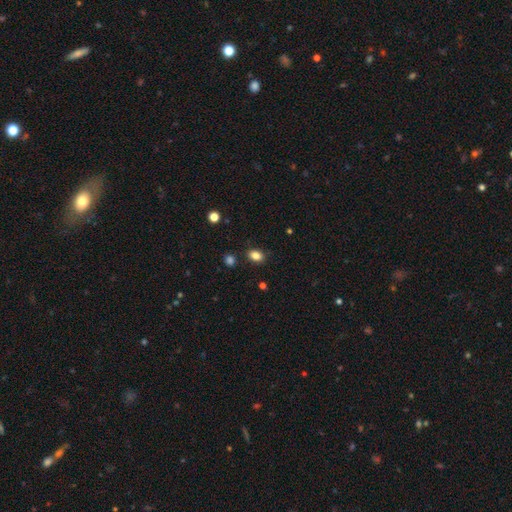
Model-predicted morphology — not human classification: This is clearly a smooth galaxy (84%). How rounded: likely in between (76%). Merging: clearly none (85%).